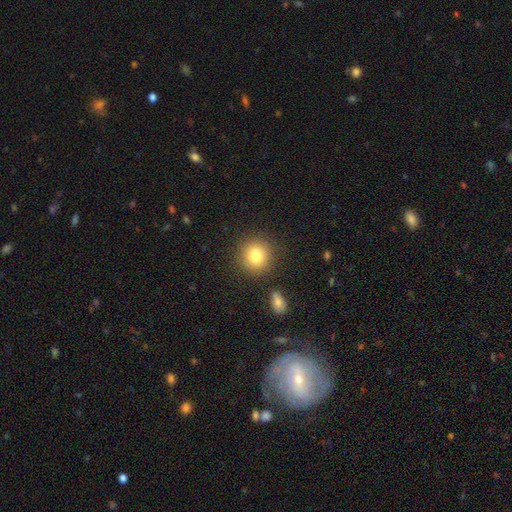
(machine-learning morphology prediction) A smooth galaxy with no disk features (81%) that is round (87%). Merging: none (86%).